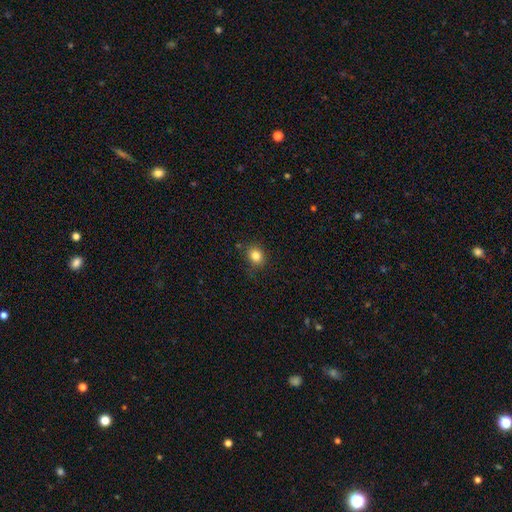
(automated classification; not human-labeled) This is clearly a smooth galaxy (83%). How rounded: likely round (70%). Merging: clearly none (81%).